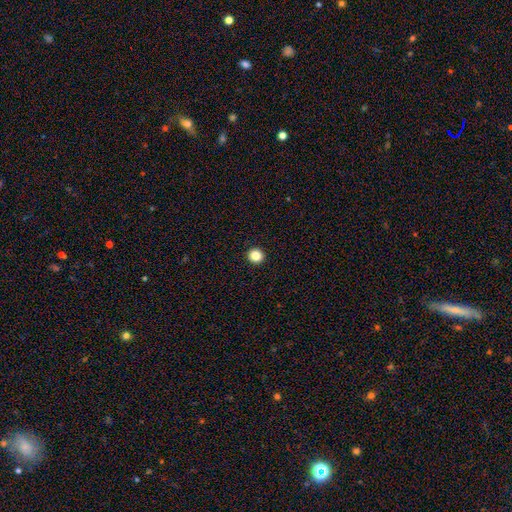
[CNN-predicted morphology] This is clearly a smooth galaxy (85%). How rounded: clearly round (93%). Merging: clearly none (94%).